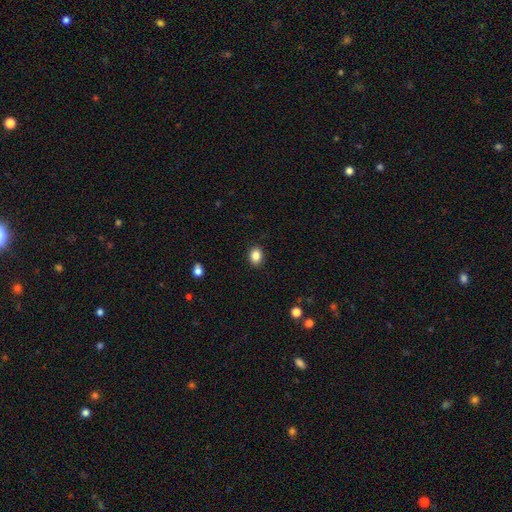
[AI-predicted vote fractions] This is clearly a smooth galaxy (86%). How rounded: possibly in between (56%). Merging: clearly none (90%).